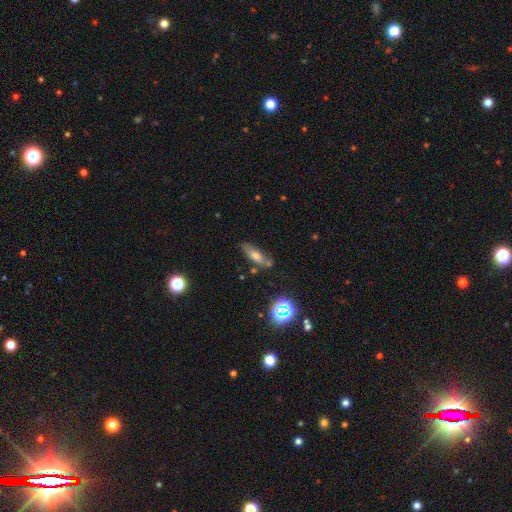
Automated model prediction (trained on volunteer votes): The model was most divided on "how rounded": cigar-shaped: 50%, in between: 45%, round: 5%. More confident: merging — none (69%); smooth or featured — smooth (55%).